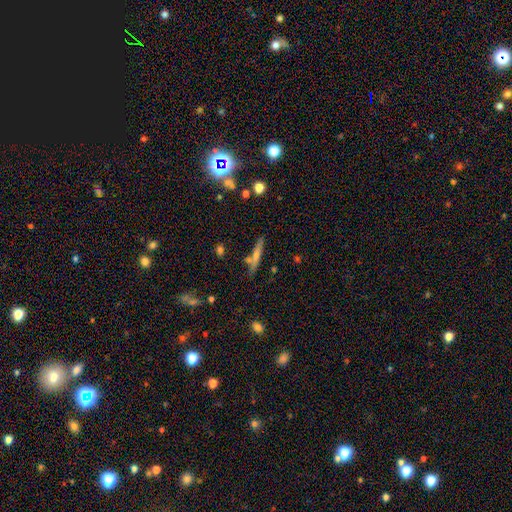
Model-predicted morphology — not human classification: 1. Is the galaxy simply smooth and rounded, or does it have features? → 51% featured or disk, 36% smooth, 14% star or artifact.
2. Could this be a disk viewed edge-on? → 91% yes, 9% no.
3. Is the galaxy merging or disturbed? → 73% none, 14% minor disturbance, 8% merger, 4% major disturbance.